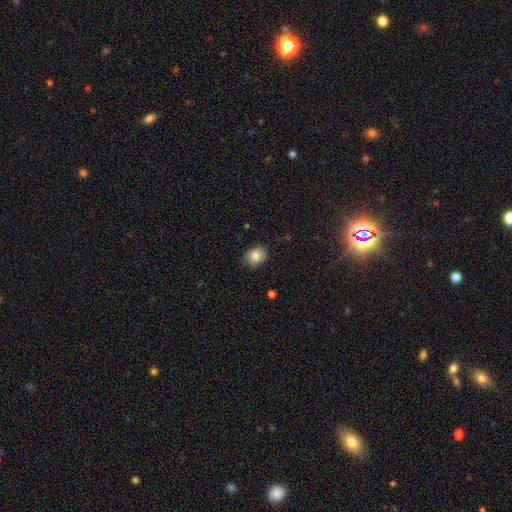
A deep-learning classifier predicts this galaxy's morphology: A smooth galaxy with no disk features (83%) that is round (52%). Merging: none (82%).